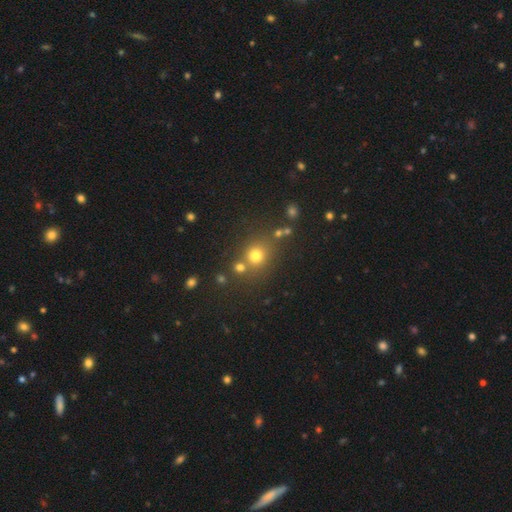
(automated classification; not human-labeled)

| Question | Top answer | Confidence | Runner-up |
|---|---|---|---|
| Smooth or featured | smooth | 73% | star or artifact (19%) |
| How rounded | round | 82% | in between (17%) |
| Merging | none | 68% | merger (17%) |